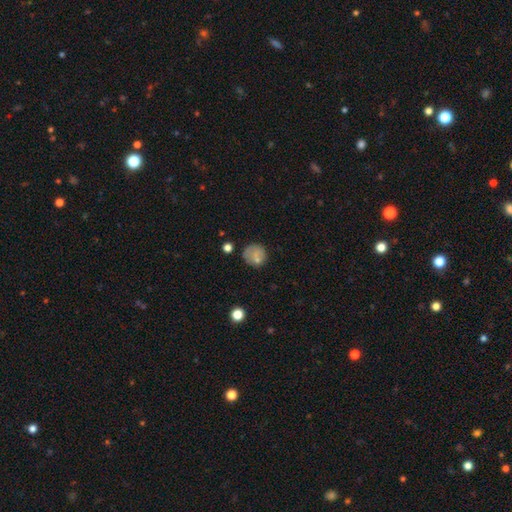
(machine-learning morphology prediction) Smooth or featured?
  - smooth: 72% *
  - featured or disk: 17%
  - star or artifact: 11%
How rounded?
  - round: 88% *
  - in between: 11%
  - cigar-shaped: 1%
Merging?
  - none: 68% *
  - minor disturbance: 18%
  - merger: 7%
  - major disturbance: 7%